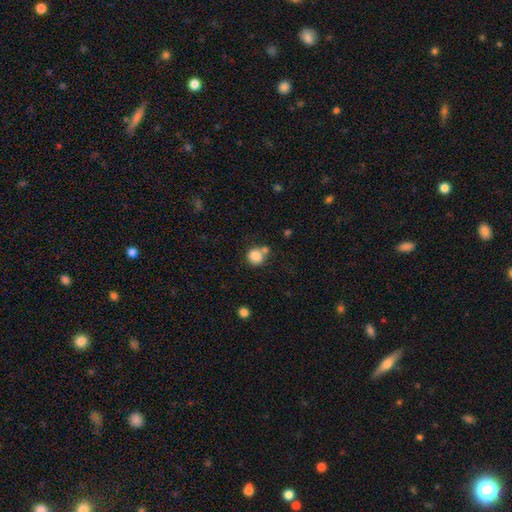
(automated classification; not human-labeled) Smooth or featured? smooth (85%)
How rounded? round (84%)
Merging? none (57%)